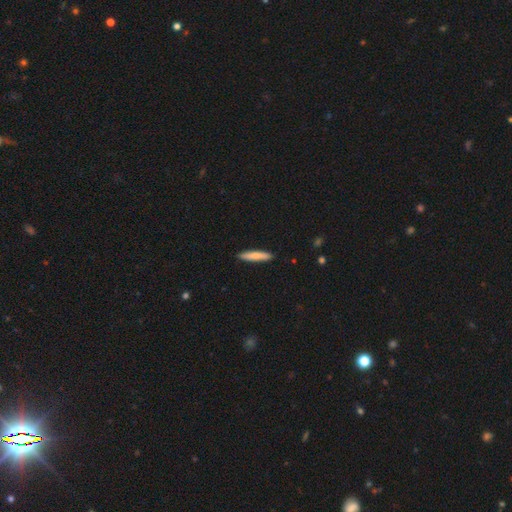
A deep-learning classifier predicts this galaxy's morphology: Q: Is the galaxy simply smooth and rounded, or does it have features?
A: smooth — 76%.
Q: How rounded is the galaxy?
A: cigar-shaped — 90%.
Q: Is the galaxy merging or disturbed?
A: none — 90%.